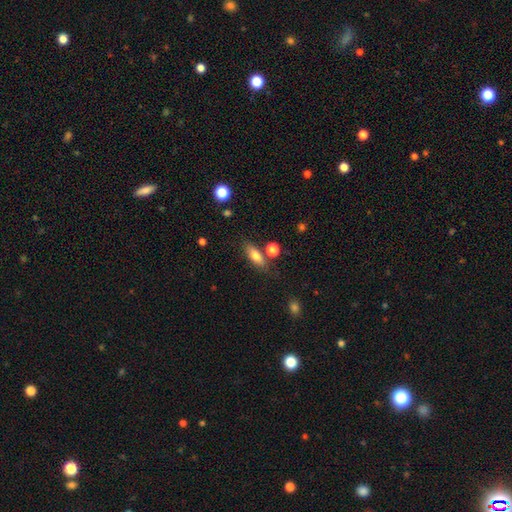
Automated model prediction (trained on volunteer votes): smooth_or_featured: smooth (p=0.74) [alt: featured or disk p=0.17]
how_rounded: in between (p=0.69) [alt: cigar-shaped p=0.27]
merging: none (p=0.73) [alt: minor disturbance p=0.14]